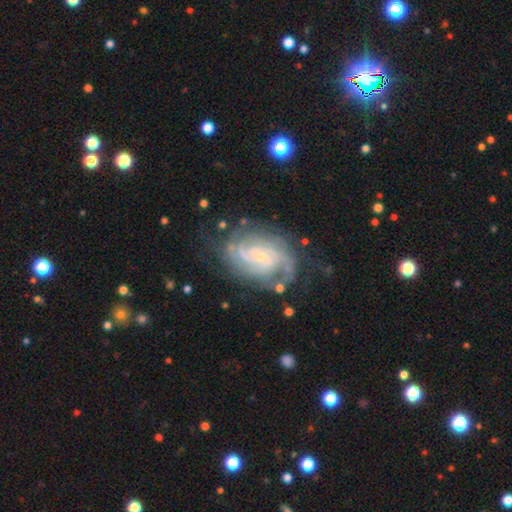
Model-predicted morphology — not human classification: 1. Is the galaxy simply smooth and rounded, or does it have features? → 83% featured or disk, 10% smooth, 8% star or artifact.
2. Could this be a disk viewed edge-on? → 97% no, 3% yes.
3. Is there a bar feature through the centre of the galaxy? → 54% no, 36% weak, 10% strong.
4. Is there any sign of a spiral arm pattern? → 95% yes, 5% no.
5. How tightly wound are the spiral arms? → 58% tight, 33% medium, 10% loose.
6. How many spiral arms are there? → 33% can't tell, 26% 2, 18% 3, 11% 4, 6% more than 4, 6% 1.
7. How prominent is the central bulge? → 74% small, 19% moderate, 4% none, 2% large, 1% dominant.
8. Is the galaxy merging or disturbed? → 69% none, 19% minor disturbance, 10% major disturbance, 2% merger.